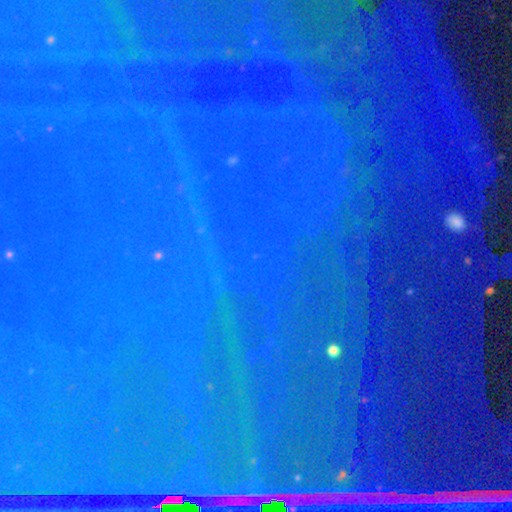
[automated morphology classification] smooth_or_featured: star or artifact (p=0.80) [alt: smooth p=0.12]